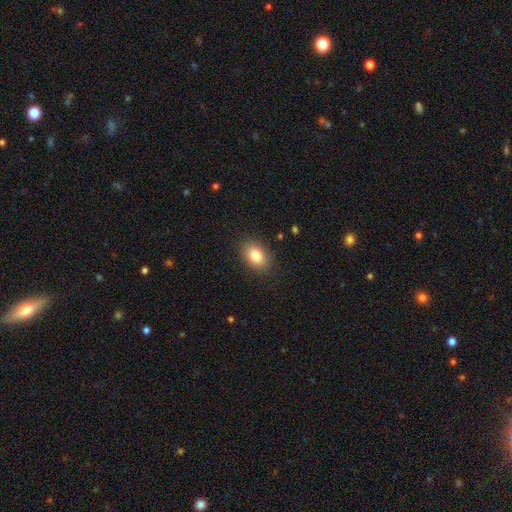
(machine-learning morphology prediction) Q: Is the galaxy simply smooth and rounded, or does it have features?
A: smooth — 83%.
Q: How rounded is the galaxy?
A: in between — 80%.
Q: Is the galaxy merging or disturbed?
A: none — 87%.